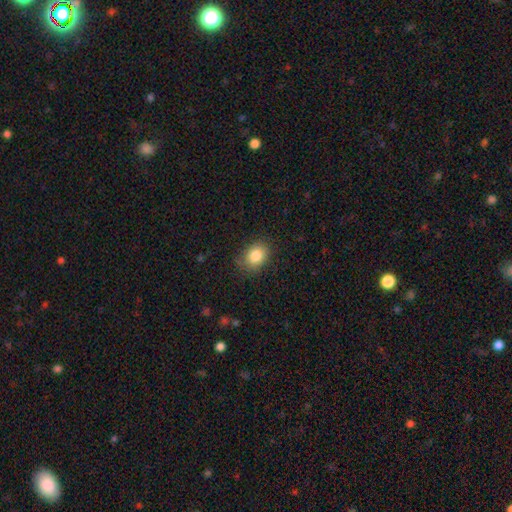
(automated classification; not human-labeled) Smooth or featured? Predicted: smooth (p=0.84). How rounded? Predicted: in between (p=0.61). Merging? Predicted: none (p=0.81).